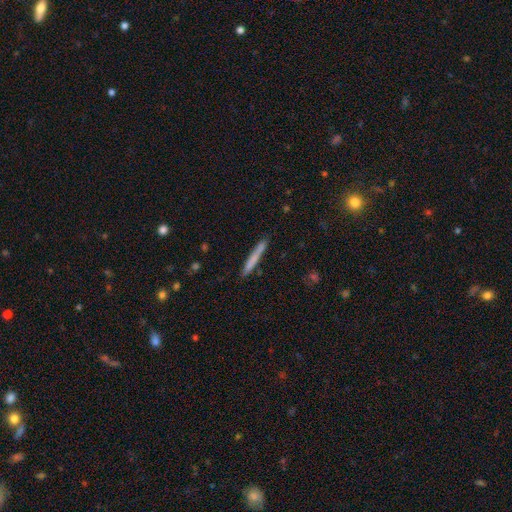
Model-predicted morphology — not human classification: A smooth galaxy with no disk features (71%) that is cigar-shaped (96%).

Vote fractions:
- Smooth or featured? smooth: 71% / featured or disk: 23% / star or artifact: 6%
- How rounded? cigar-shaped: 96% / in between: 2% / round: 1%
- Merging? none: 85% / minor disturbance: 11% / merger: 2% / major disturbance: 2%